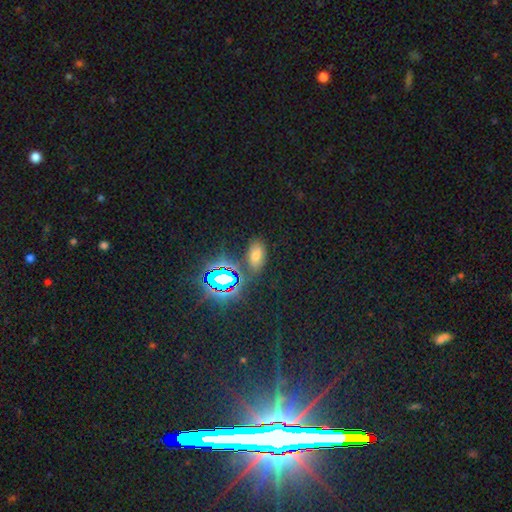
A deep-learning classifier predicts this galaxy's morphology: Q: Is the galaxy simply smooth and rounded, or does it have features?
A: smooth — 57%.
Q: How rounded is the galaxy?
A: in between — 90%.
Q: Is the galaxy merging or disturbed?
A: none — 76%.